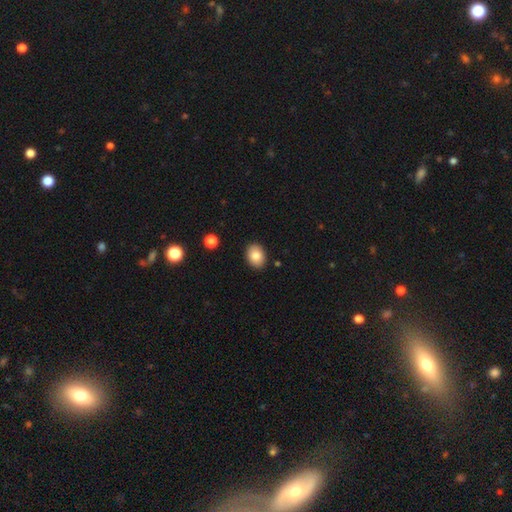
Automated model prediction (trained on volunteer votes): smooth-or-featured: smooth: 84% | star or artifact: 8% | featured or disk: 8%
  how-rounded: in between: 69% | round: 30% | cigar-shaped: 1%
  merging: none: 89% | minor disturbance: 8% | major disturbance: 2% | merger: 1%